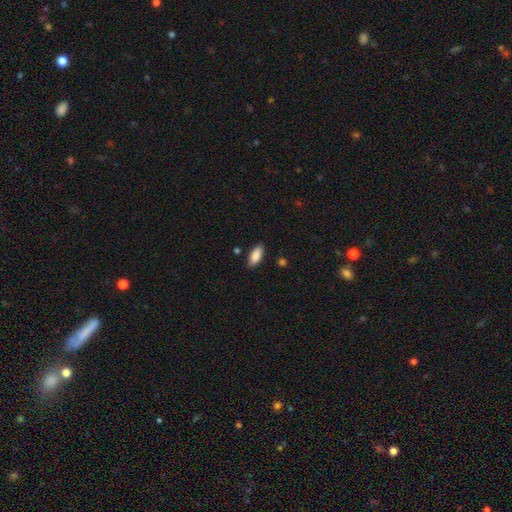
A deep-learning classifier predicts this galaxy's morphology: smooth_or_featured: smooth (p=0.86) [alt: featured or disk p=0.07]
how_rounded: in between (p=0.85) [alt: cigar-shaped p=0.13]
merging: none (p=0.85) [alt: minor disturbance p=0.11]